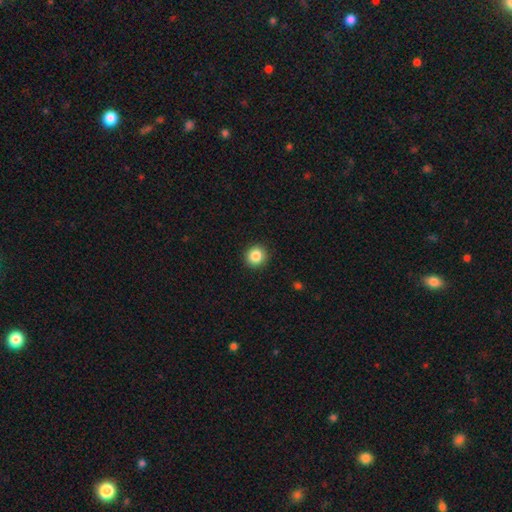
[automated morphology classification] The model was most divided on "smooth or featured": smooth: 86%, star or artifact: 10%, featured or disk: 4%. More confident: how rounded — round (91%); merging — none (91%).